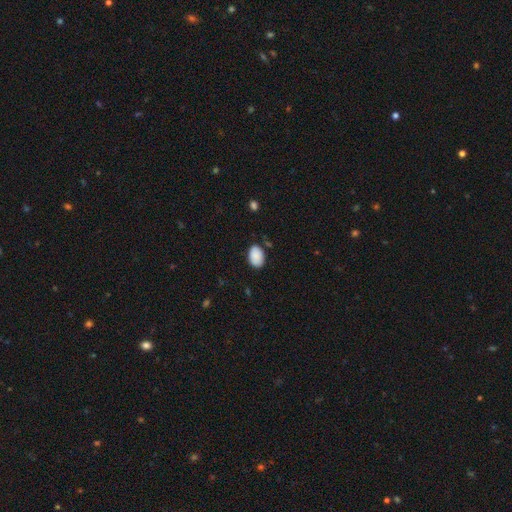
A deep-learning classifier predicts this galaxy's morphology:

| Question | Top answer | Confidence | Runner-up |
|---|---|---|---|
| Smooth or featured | smooth | 89% | star or artifact (7%) |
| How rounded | in between | 87% | round (12%) |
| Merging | none | 76% | minor disturbance (19%) |